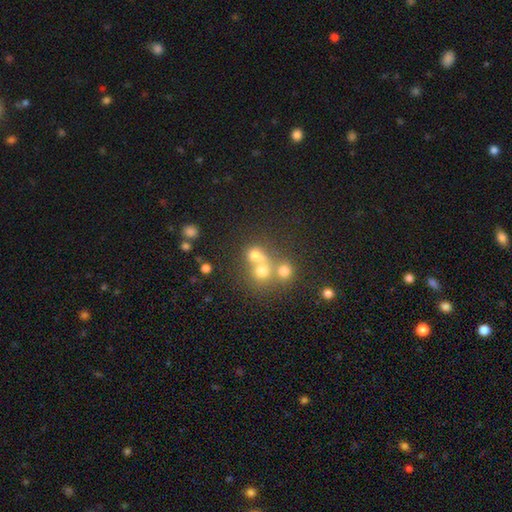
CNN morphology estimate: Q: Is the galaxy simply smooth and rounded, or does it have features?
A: smooth — 64%.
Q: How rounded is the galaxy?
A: round — 72%.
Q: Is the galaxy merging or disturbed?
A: merger — 47%.